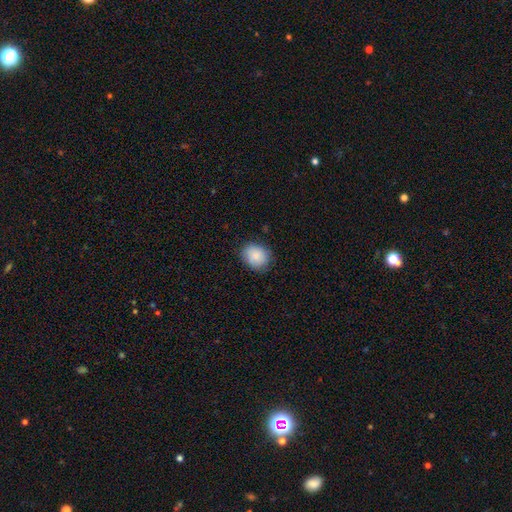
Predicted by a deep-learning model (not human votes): smooth 85%, featured or disk 8%, star or artifact 7%. Down the decision tree: how rounded — round (58%); merging — none (82%).